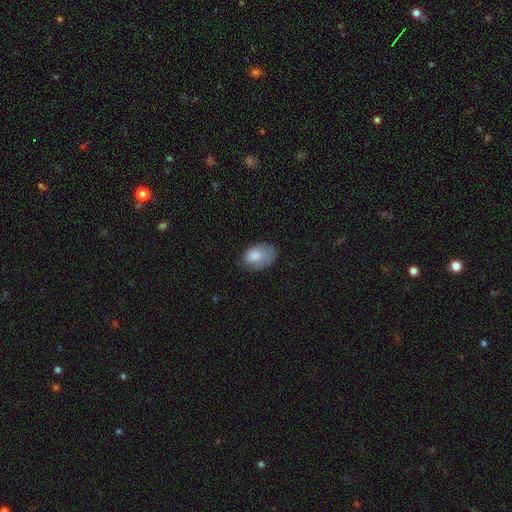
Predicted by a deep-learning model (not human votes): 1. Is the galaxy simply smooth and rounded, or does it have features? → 82% smooth, 11% featured or disk, 7% star or artifact.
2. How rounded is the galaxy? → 85% in between, 14% round, 1% cigar-shaped.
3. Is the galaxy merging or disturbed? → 57% none, 30% minor disturbance, 11% major disturbance, 1% merger.